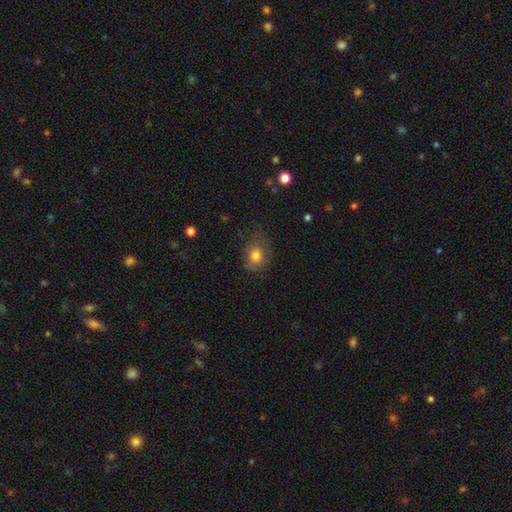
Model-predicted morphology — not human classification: The model was most divided on "how rounded": round: 56%, in between: 43%, cigar-shaped: 1%. More confident: smooth or featured — smooth (75%); merging — none (56%).